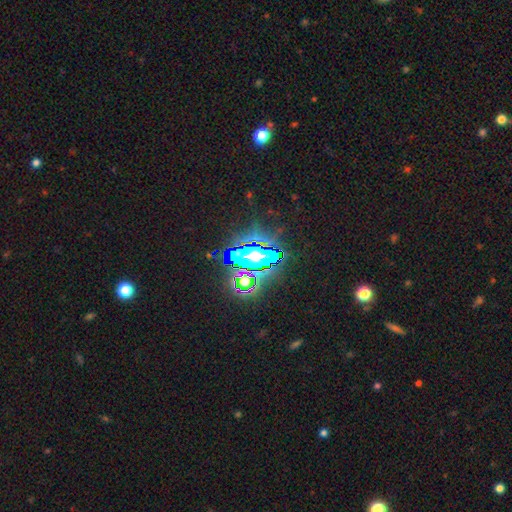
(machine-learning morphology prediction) smooth-or-featured: star or artifact: 79% | smooth: 12% | featured or disk: 10%